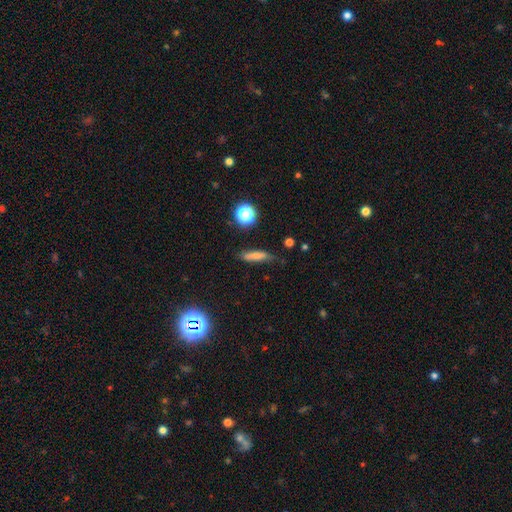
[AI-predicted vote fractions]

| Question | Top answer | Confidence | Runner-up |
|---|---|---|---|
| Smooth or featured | smooth | 72% | featured or disk (16%) |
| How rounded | cigar-shaped | 74% | in between (20%) |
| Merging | none | 76% | minor disturbance (17%) |